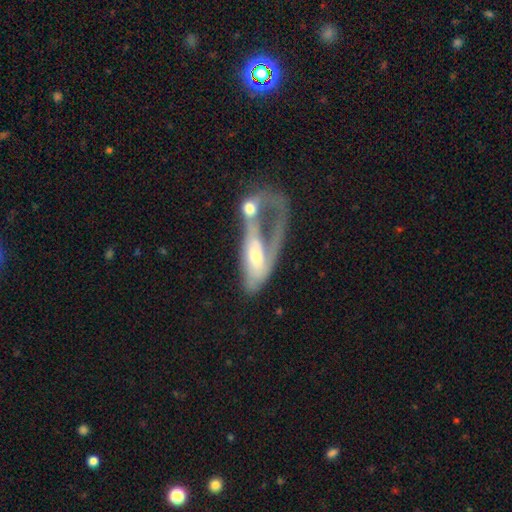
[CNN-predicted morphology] Smooth or featured: featured or disk — 61% (smooth — 32%)
Edge-on disk: no — 85% (yes — 15%)
Bar: no — 64% (weak — 25%)
Spiral arms: yes — 51% (no — 49%)
Bulge size: moderate — 50% (small — 37%)
Merging: merger — 53% (major disturbance — 29%)